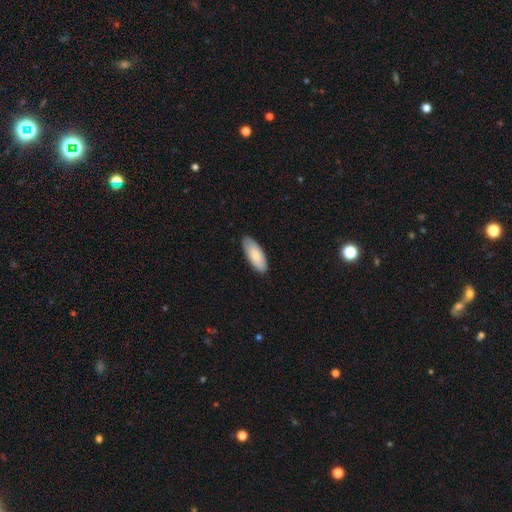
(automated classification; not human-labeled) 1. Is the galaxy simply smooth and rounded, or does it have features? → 82% smooth, 12% featured or disk, 5% star or artifact.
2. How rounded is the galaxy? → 81% in between, 17% cigar-shaped, 2% round.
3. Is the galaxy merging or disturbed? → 86% none, 11% minor disturbance, 2% major disturbance, 1% merger.